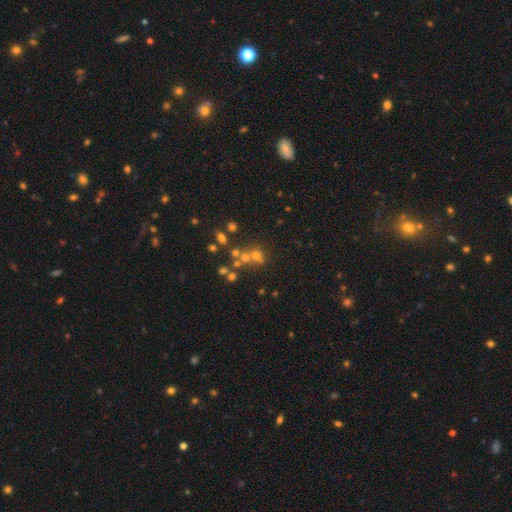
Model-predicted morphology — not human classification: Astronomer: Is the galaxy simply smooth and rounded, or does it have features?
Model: smooth — 48% (runner-up: star or artifact, 29%).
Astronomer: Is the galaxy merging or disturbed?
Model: none — 47% (runner-up: merger, 38%).